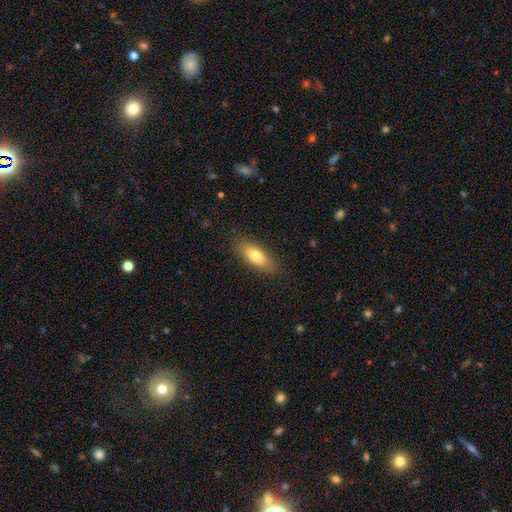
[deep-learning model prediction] Smooth or featured? Predicted: smooth (p=0.75). How rounded? Predicted: in between (p=0.70). Merging? Predicted: none (p=0.86).